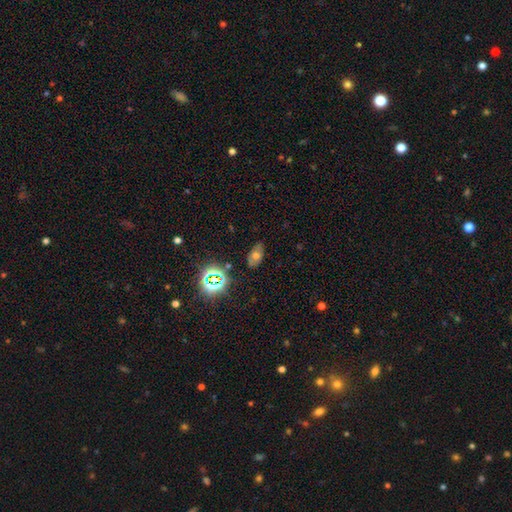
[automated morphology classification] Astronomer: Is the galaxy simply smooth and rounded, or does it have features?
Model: smooth — 44% (runner-up: star or artifact, 30%).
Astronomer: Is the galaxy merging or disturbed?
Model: none — 76%.